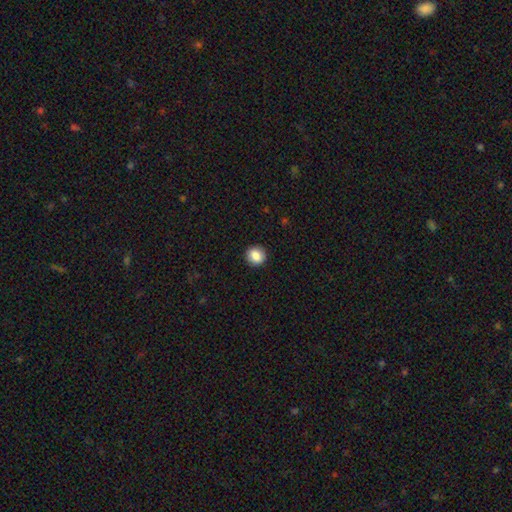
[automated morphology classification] smooth_or_featured: smooth (p=0.86) [alt: star or artifact p=0.09]
how_rounded: round (p=0.87) [alt: in between p=0.12]
merging: none (p=0.92) [alt: minor disturbance p=0.06]